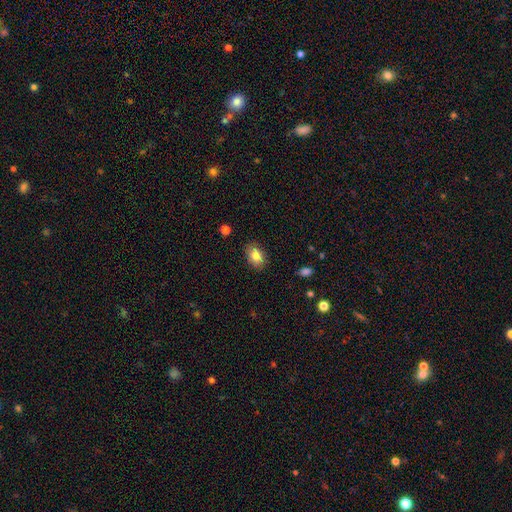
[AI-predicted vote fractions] This is clearly a smooth galaxy (82%). How rounded: clearly in between (82%). Merging: clearly none (86%).